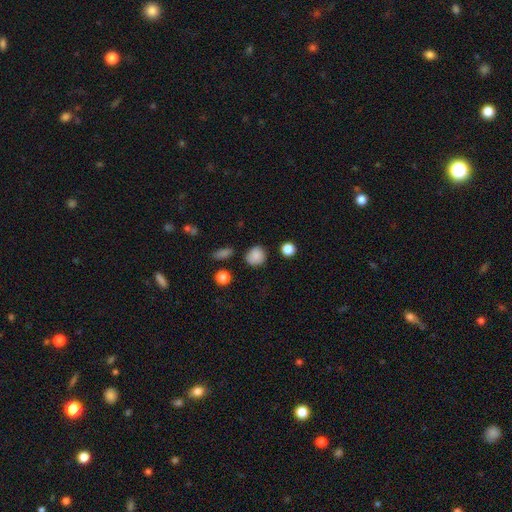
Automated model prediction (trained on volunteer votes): The model was most divided on "merging": none: 83%, minor disturbance: 11%, merger: 3%, major disturbance: 3%. More confident: how rounded — round (87%); smooth or featured — smooth (85%).